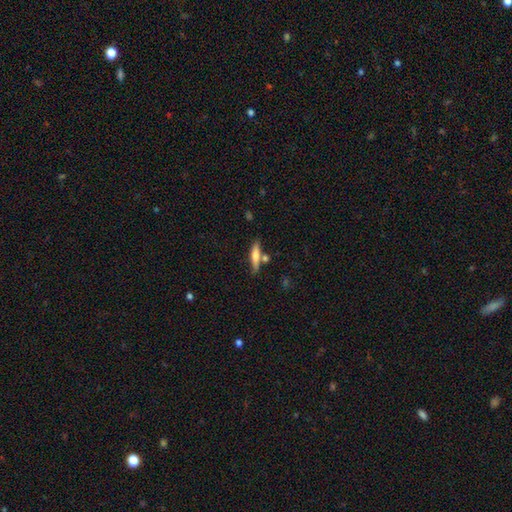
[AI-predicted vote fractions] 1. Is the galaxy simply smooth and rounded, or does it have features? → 61% smooth, 32% featured or disk, 6% star or artifact.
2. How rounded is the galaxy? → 81% cigar-shaped, 17% in between, 2% round.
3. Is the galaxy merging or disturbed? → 68% none, 15% merger, 14% minor disturbance, 4% major disturbance.